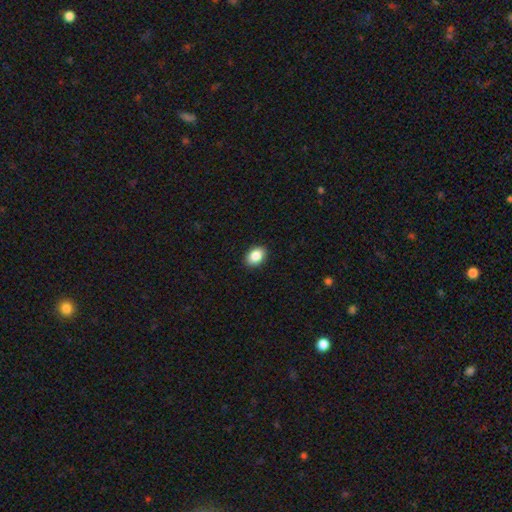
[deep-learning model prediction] The model was most divided on "how rounded": in between: 79%, round: 20%, cigar-shaped: 1%. More confident: merging — none (91%); smooth or featured — smooth (87%).